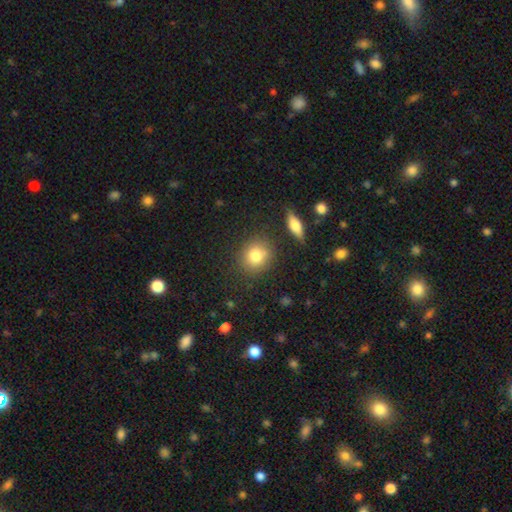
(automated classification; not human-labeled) Smooth or featured: smooth — 81% (star or artifact — 10%)
How rounded: round — 76% (in between — 22%)
Merging: none — 80% (minor disturbance — 12%)